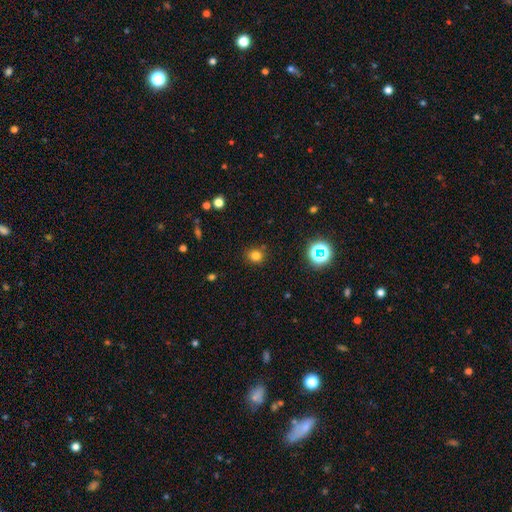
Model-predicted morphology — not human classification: type=smooth (77%); roundness=round (86%); merging=none (88%).